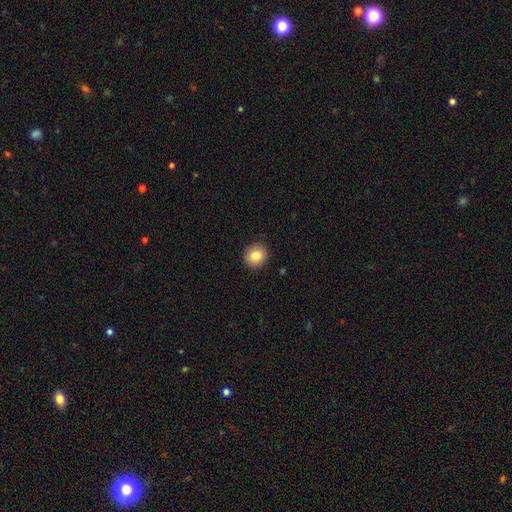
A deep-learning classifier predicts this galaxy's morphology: smooth 83%, star or artifact 9%, featured or disk 7%. Down the decision tree: how rounded — round (85%); merging — none (91%).